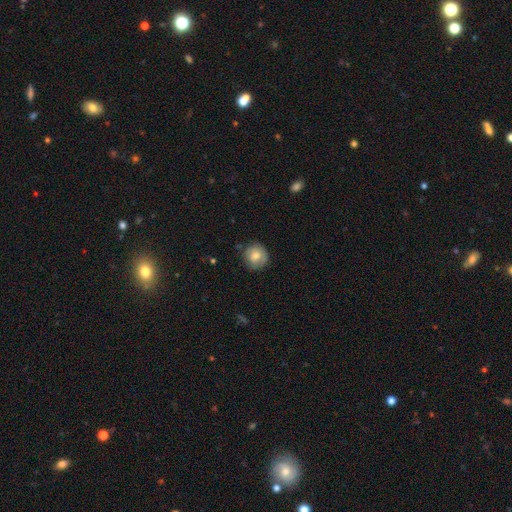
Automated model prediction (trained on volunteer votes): This is likely a smooth galaxy (74%). How rounded: clearly round (89%). Merging: likely none (77%).